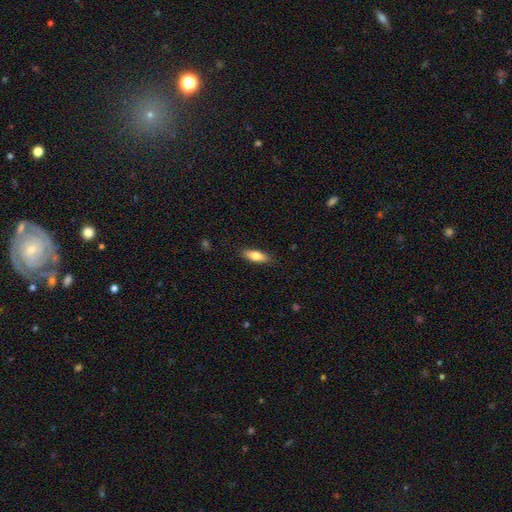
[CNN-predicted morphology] type=smooth (74%); roundness=in between (64%); merging=none (87%).